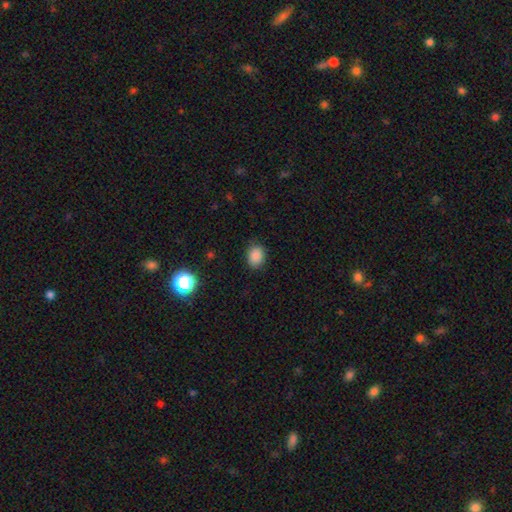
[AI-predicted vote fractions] The model was most divided on "how rounded": in between: 55%, round: 44%, cigar-shaped: 1%. More confident: smooth or featured — smooth (85%); merging — none (83%).